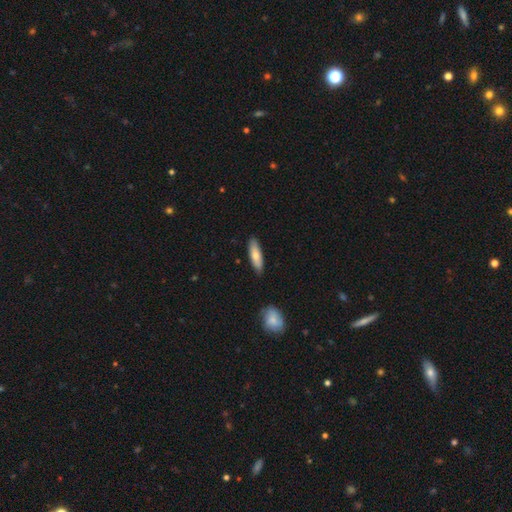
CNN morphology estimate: smooth 73%, featured or disk 21%, star or artifact 6%. Down the decision tree: how rounded — cigar-shaped (53%); merging — none (87%).